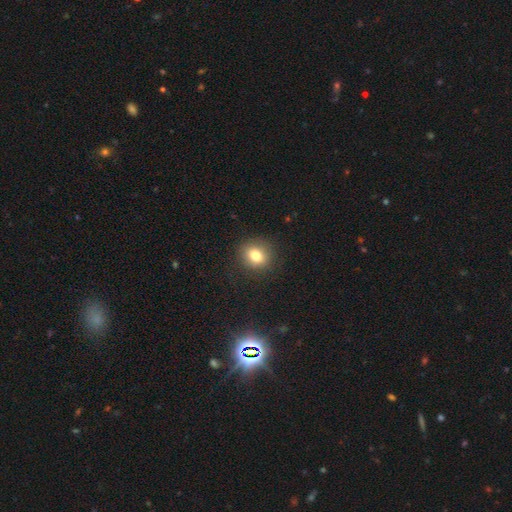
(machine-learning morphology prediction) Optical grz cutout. It shows a smooth galaxy with no disk features (79%) that is round (74%). Merging: none (87%).